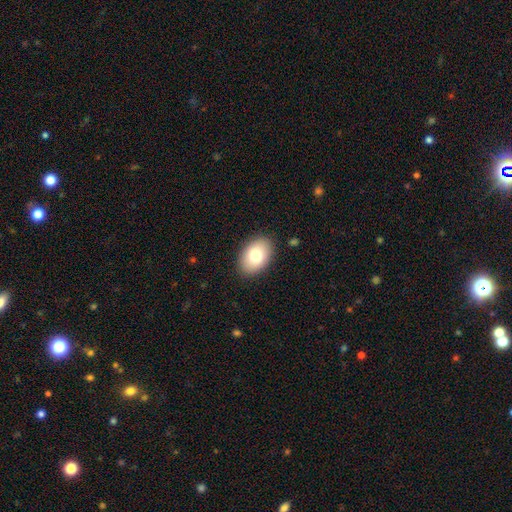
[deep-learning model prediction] This is likely a smooth galaxy (77%). How rounded: clearly in between (85%). Merging: clearly none (88%).